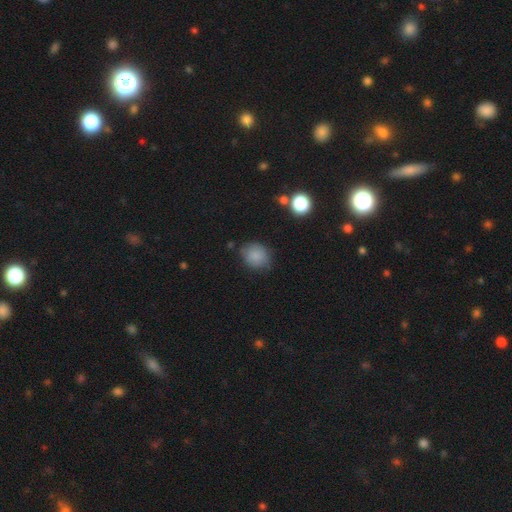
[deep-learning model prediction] smooth-or-featured: smooth: 84% | star or artifact: 10% | featured or disk: 6%
  how-rounded: round: 70% | in between: 29% | cigar-shaped: 1%
  merging: none: 75% | minor disturbance: 19% | major disturbance: 4% | merger: 2%